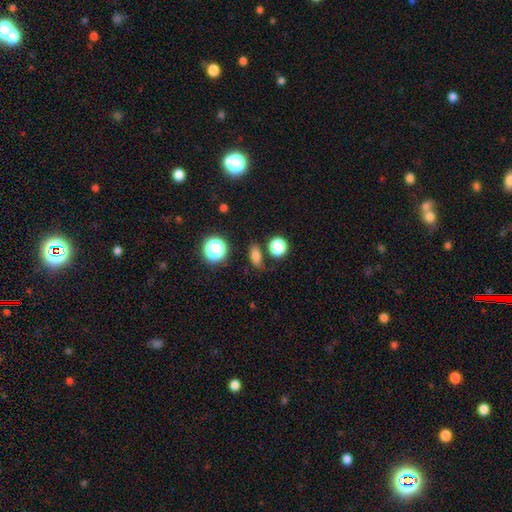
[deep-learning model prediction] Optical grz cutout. It shows a smooth galaxy with no disk features (76%) that is in between round and cigar-shaped (67%). Merging: none (74%).